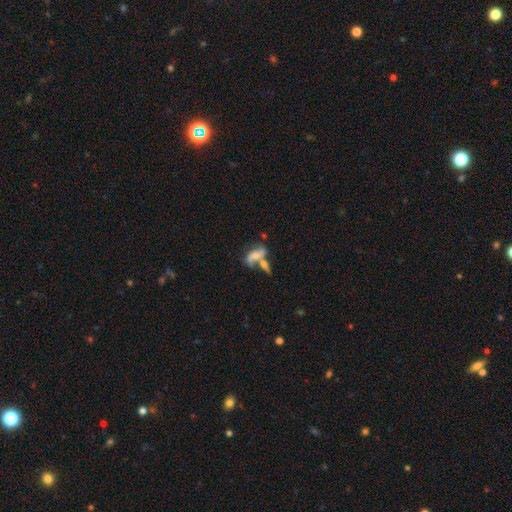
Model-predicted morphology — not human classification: Overall: smooth (49%; featured or disk 42%). Merging: merger (48%; none 29%).